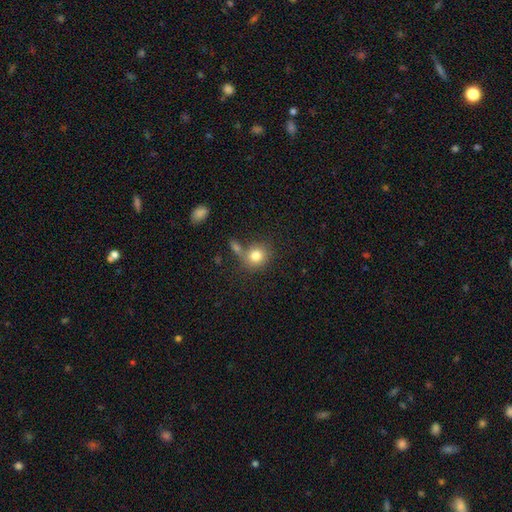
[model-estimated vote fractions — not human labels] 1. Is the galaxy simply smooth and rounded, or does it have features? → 80% smooth, 10% star or artifact, 10% featured or disk.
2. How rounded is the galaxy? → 78% round, 21% in between, 1% cigar-shaped.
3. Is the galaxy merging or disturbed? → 58% none, 23% merger, 14% minor disturbance, 6% major disturbance.